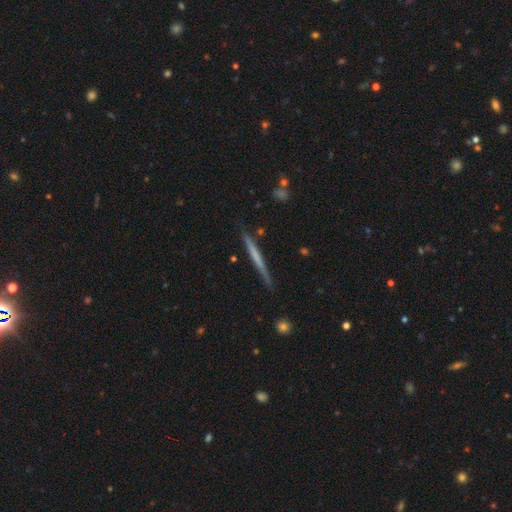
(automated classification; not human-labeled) A featured or disk galaxy (50%). Merging: none (86%).